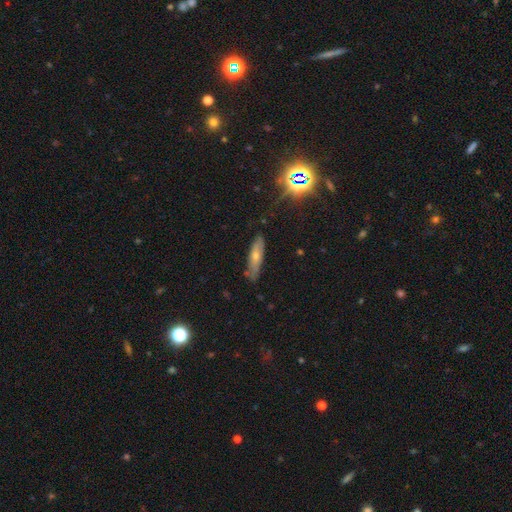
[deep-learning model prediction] Smooth or featured?
  - smooth: 43% *
  - featured or disk: 41%
  - star or artifact: 16%
Merging?
  - none: 78% *
  - minor disturbance: 17%
  - major disturbance: 3%
  - merger: 2%